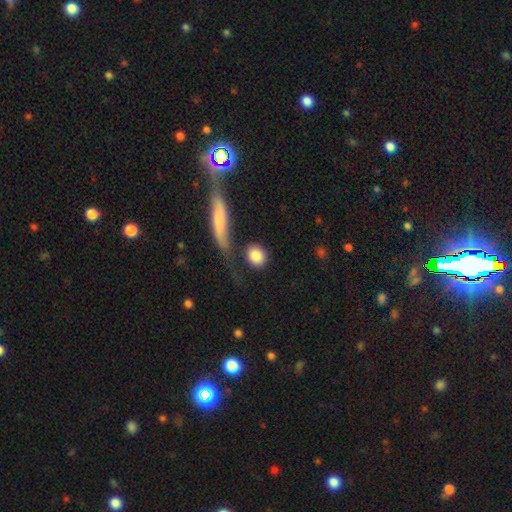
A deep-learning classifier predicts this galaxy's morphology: Smooth or featured? Predicted: smooth (p=0.85). How rounded? Predicted: round (p=0.70). Merging? Predicted: none (p=0.66).